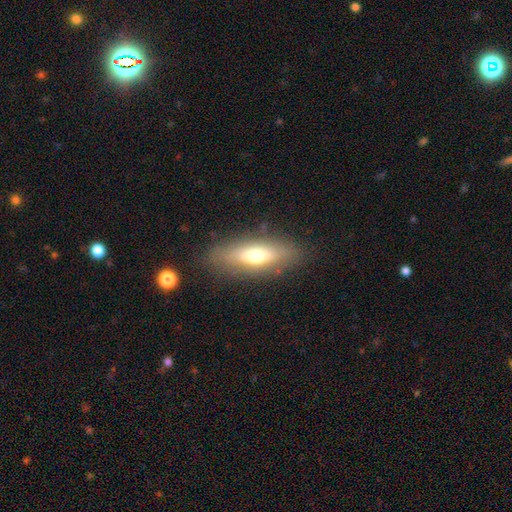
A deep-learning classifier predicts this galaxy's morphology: smooth 60%, featured or disk 32%, star or artifact 7%. Down the decision tree: how rounded — in between (53%); merging — none (81%).